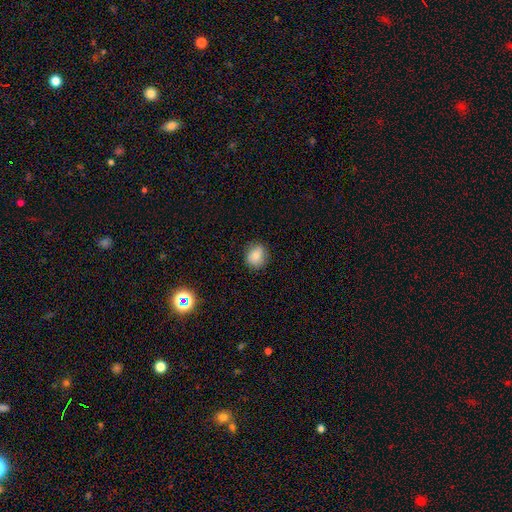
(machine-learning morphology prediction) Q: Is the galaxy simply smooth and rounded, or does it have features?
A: smooth — 80%.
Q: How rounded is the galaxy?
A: round — 76%.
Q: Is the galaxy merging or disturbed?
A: none — 84%.